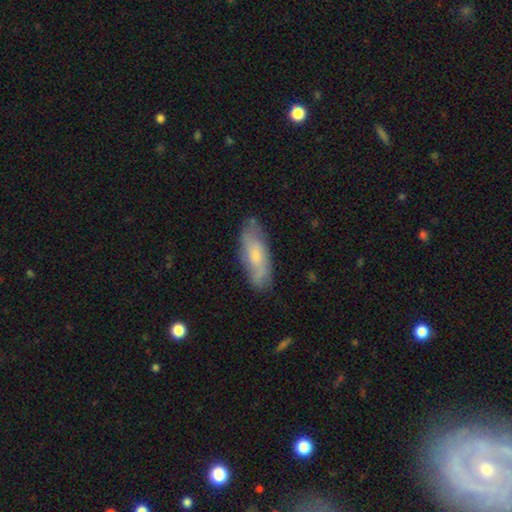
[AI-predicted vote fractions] The model was most divided on "smooth or featured": smooth: 56%, featured or disk: 38%, star or artifact: 6%. More confident: merging — none (74%); how rounded — in between (63%).